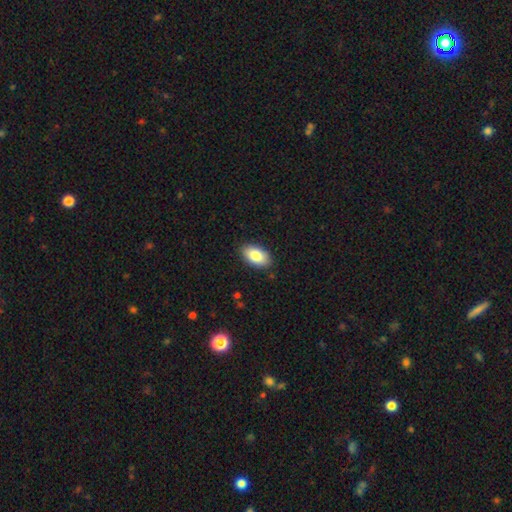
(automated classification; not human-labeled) The model was most divided on "smooth or featured": smooth: 84%, featured or disk: 9%, star or artifact: 7%. More confident: how rounded — in between (94%); merging — none (88%).